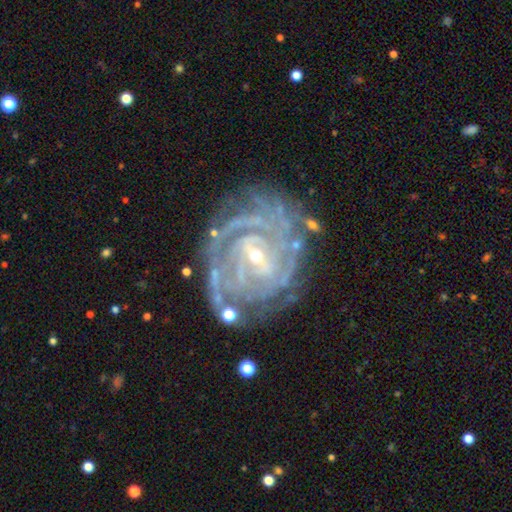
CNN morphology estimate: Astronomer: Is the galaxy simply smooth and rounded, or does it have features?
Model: featured or disk — 90%.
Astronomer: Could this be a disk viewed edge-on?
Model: no — 97%.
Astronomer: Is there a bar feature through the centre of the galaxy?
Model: weak — 45% (runner-up: strong, 28%).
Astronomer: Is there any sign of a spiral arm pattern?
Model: yes — 97%.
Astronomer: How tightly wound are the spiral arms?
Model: tight — 78%.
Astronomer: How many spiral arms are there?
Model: can't tell — 23%, tied with 4 at 23%.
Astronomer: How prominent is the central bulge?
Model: small — 73%.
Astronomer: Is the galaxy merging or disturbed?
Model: none — 74%.